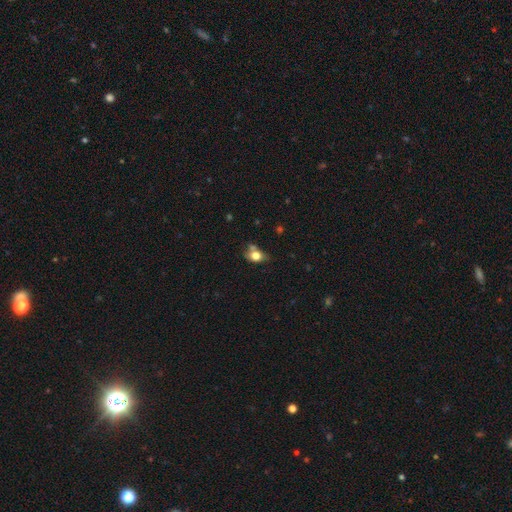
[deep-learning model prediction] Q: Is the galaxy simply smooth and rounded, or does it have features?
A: smooth — 71%.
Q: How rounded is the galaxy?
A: in between — 60%.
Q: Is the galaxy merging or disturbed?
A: none — 41%.